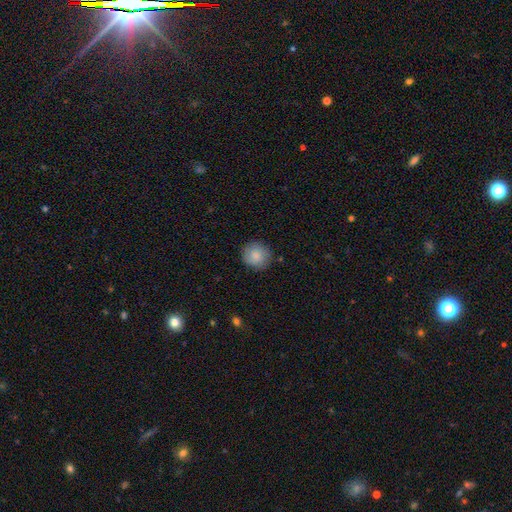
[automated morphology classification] The model was most divided on "merging": none: 86%, minor disturbance: 10%, major disturbance: 2%, merger: 1%. More confident: how rounded — round (91%); smooth or featured — smooth (86%).